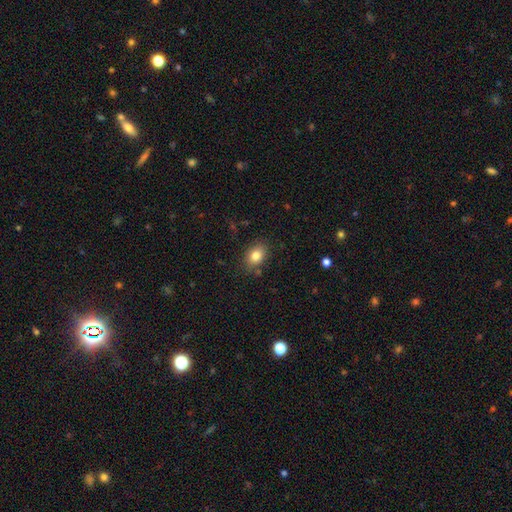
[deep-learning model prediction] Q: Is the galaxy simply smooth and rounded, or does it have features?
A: smooth — 82%.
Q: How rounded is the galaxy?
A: in between — 72%.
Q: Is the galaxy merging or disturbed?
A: none — 82%.